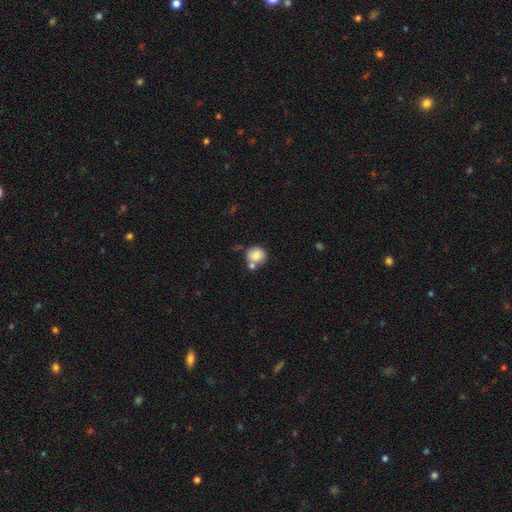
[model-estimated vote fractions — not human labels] This appears to be a smooth galaxy with no disk features (83%) that is round (83%). Merging: none (51%).